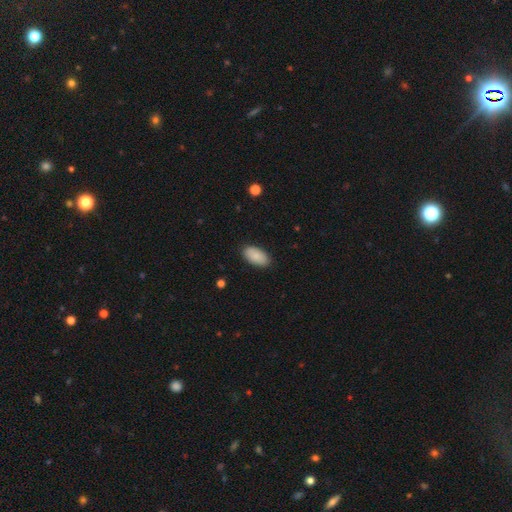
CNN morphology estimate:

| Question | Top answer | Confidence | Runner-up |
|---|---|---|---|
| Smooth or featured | smooth | 87% | featured or disk (7%) |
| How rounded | in between | 95% | round (3%) |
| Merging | none | 88% | minor disturbance (9%) |